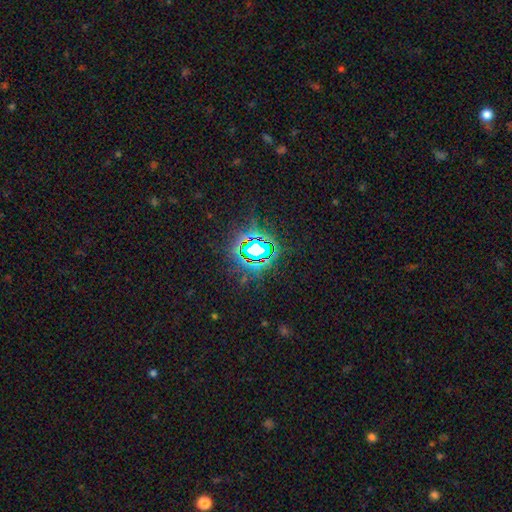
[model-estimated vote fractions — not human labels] Smooth or featured? Predicted: star or artifact (p=0.82).